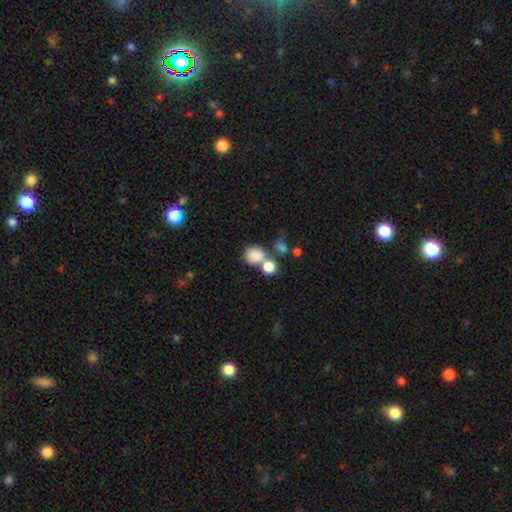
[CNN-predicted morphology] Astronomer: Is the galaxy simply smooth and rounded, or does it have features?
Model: smooth — 81%.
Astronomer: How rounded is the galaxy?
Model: round — 63%.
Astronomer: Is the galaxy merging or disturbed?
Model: merger — 45% (runner-up: none, 38%).